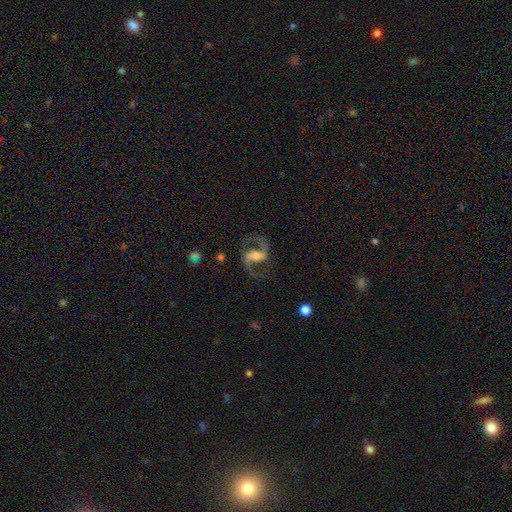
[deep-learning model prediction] Smooth or featured: featured or disk — 89% (smooth — 5%)
Edge-on disk: no — 97% (yes — 3%)
Bar: strong — 43% (weak — 39%)
Spiral arms: yes — 96% (no — 4%)
Spiral winding: medium — 57% (loose — 34%)
Spiral arm count: 2 — 94% (can't tell — 2%)
Bulge size: moderate — 53% (small — 32%)
Merging: none — 78% (minor disturbance — 11%)